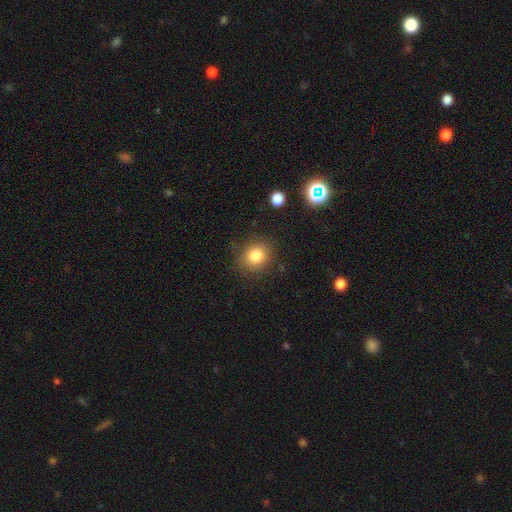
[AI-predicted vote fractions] Overall: smooth (82%). How rounded: round (80%). Merging: none (87%).